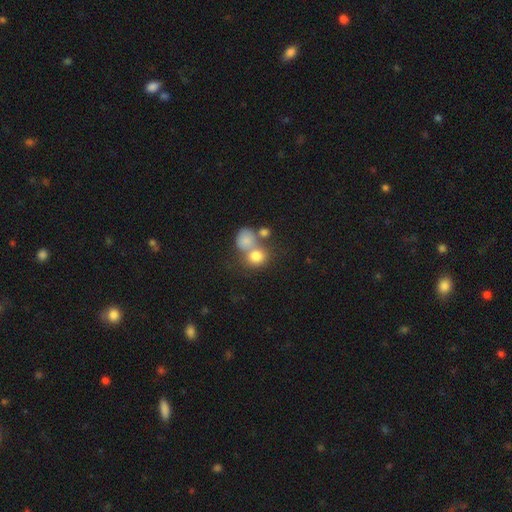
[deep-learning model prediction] smooth 78%, star or artifact 11%, featured or disk 11%. Down the decision tree: how rounded — round (74%); merging — merger (46%).